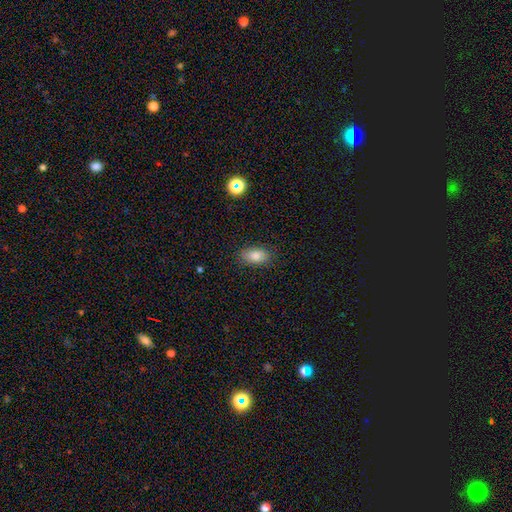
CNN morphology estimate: This is clearly a smooth galaxy (84%). How rounded: clearly in between (90%). Merging: clearly none (85%).